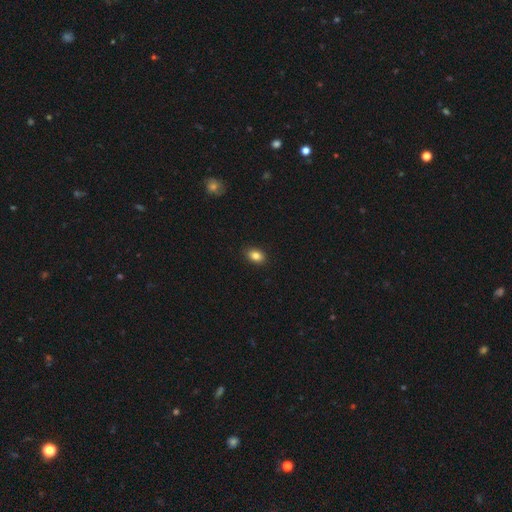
smooth_or_featured: smooth (p=0.75) [alt: featured or disk p=0.12]
how_rounded: in between (p=0.57) [alt: round p=0.43]
merging: none (p=0.83) [alt: minor disturbance p=0.11]